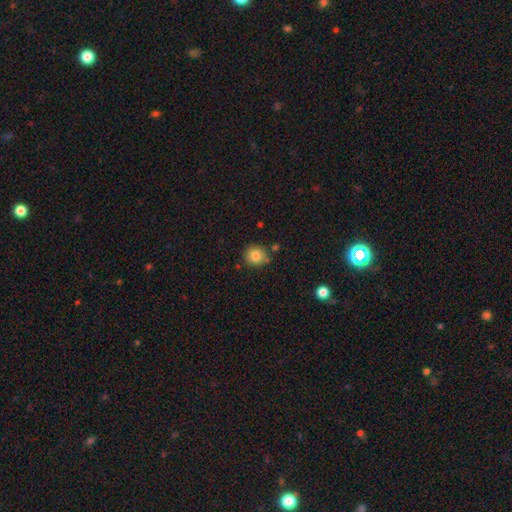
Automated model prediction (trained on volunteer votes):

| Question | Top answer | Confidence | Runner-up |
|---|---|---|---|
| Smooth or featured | smooth | 83% | star or artifact (10%) |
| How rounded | round | 89% | in between (10%) |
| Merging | none | 78% | minor disturbance (13%) |